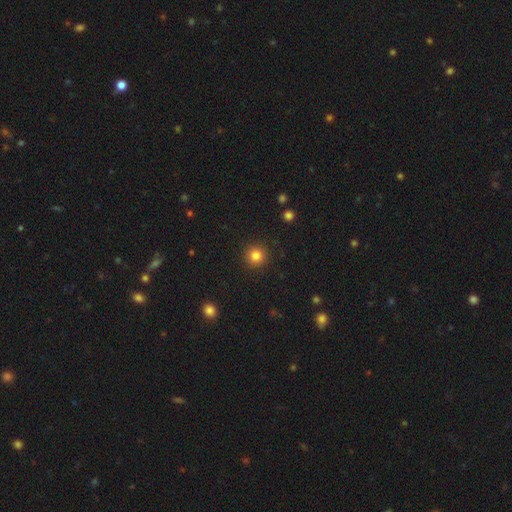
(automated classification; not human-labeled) A smooth galaxy with no disk features (83%) that is round (95%).

Vote fractions:
- Smooth or featured? smooth: 83% / star or artifact: 12% / featured or disk: 5%
- How rounded? round: 95% / in between: 4% / cigar-shaped: 1%
- Merging? none: 92% / minor disturbance: 5% / major disturbance: 2% / merger: 1%